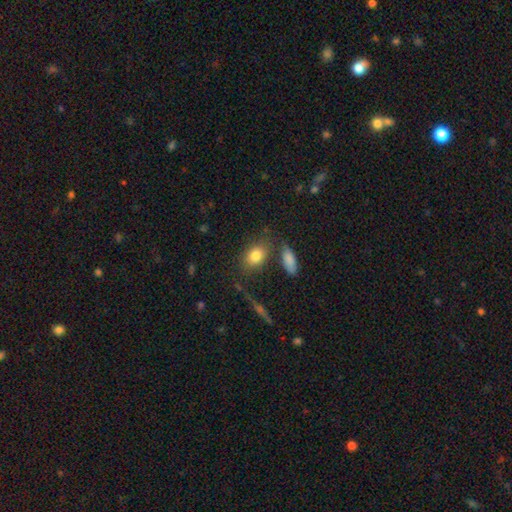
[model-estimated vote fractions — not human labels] Q: Smooth or featured?
A: smooth (81%); runner-up: featured or disk (10%)
Q: How rounded?
A: in between (73%); runner-up: round (24%)
Q: Merging?
A: none (72%); runner-up: minor disturbance (13%)